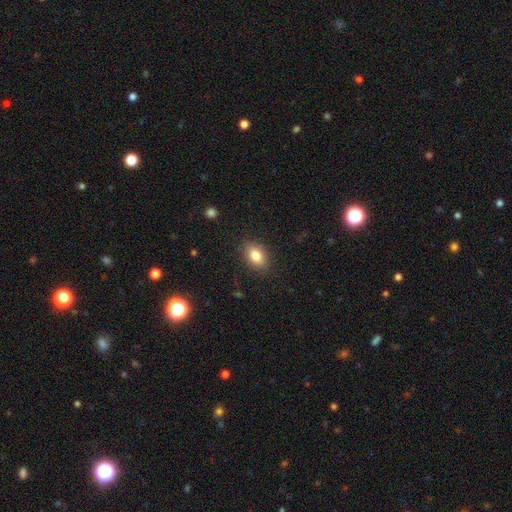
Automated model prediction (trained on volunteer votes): A smooth galaxy with no disk features (82%) that is in between round and cigar-shaped (83%).

Vote fractions:
- Smooth or featured? smooth: 82% / star or artifact: 9% / featured or disk: 9%
- How rounded? in between: 83% / round: 15% / cigar-shaped: 2%
- Merging? none: 86% / minor disturbance: 10% / major disturbance: 3% / merger: 1%